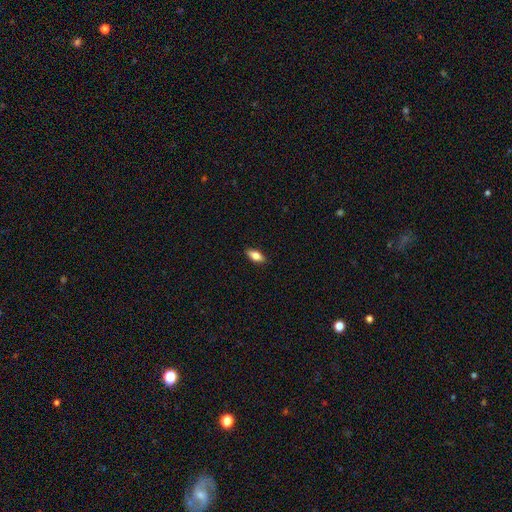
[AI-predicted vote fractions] Smooth or featured?
  - smooth: 72% *
  - featured or disk: 21%
  - star or artifact: 7%
How rounded?
  - in between: 79% *
  - cigar-shaped: 18%
  - round: 3%
Merging?
  - none: 89% *
  - minor disturbance: 8%
  - major disturbance: 2%
  - merger: 1%